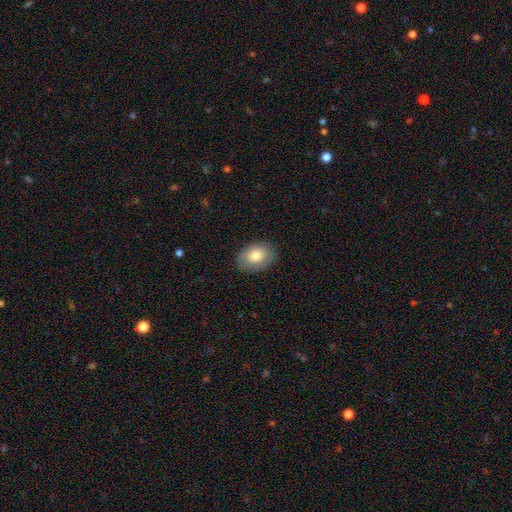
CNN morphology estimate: This appears to be a smooth galaxy with no disk features (79%) that is in between round and cigar-shaped (82%). Merging: none (86%).